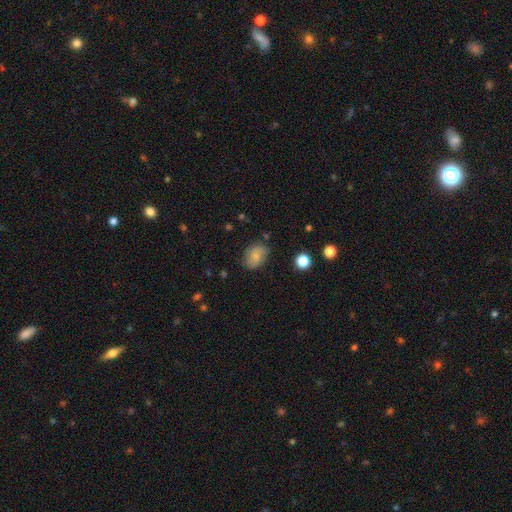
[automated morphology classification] smooth-or-featured: smooth: 75% | featured or disk: 16% | star or artifact: 9%
  how-rounded: in between: 71% | round: 28% | cigar-shaped: 1%
  merging: none: 74% | minor disturbance: 19% | major disturbance: 5% | merger: 2%